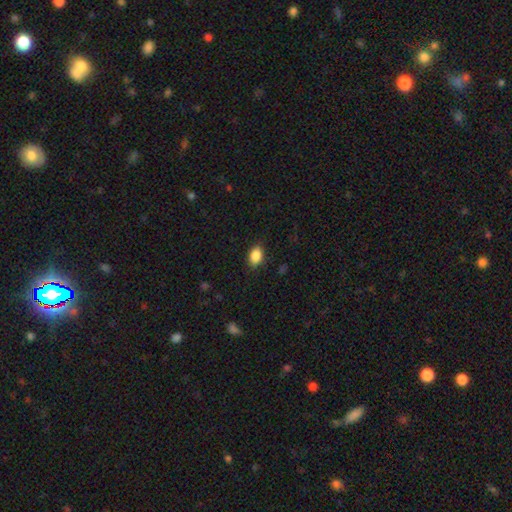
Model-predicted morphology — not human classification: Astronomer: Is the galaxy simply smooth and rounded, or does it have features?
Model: smooth — 88%.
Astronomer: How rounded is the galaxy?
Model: in between — 83%.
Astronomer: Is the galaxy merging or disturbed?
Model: none — 87%.